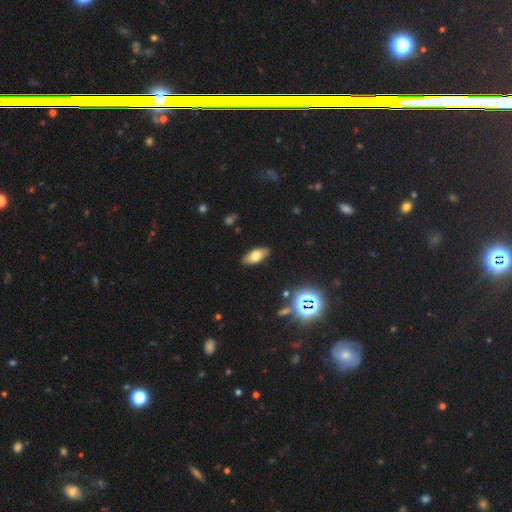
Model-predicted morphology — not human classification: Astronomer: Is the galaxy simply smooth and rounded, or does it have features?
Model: smooth — 71%.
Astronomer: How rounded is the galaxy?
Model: in between — 86%.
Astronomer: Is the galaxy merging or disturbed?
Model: none — 88%.